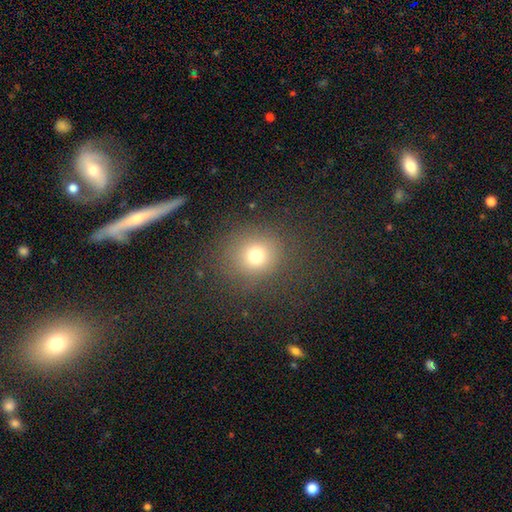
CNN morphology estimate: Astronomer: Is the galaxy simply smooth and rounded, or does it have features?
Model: smooth — 73%.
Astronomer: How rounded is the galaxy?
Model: round — 83%.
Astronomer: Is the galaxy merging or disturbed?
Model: none — 81%.